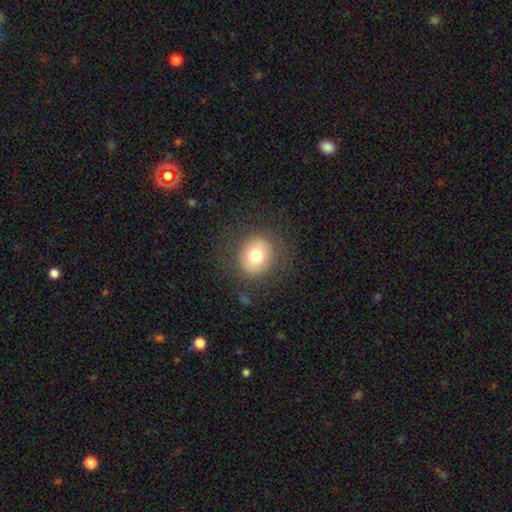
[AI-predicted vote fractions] A smooth galaxy with no disk features (74%) that is round (81%). Merging: none (83%).